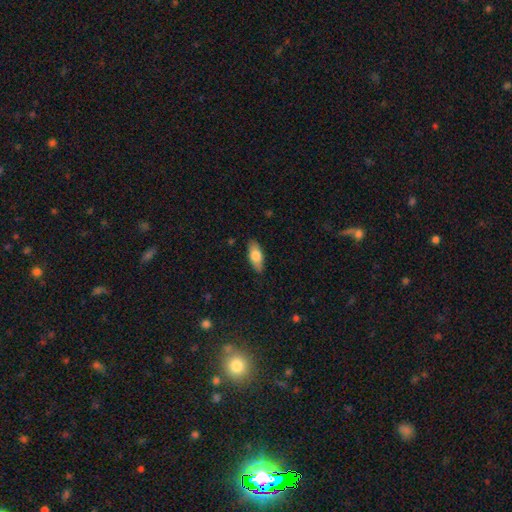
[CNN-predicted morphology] This appears to be a smooth galaxy with no disk features (75%) that is in between round and cigar-shaped (83%). Merging: none (86%).